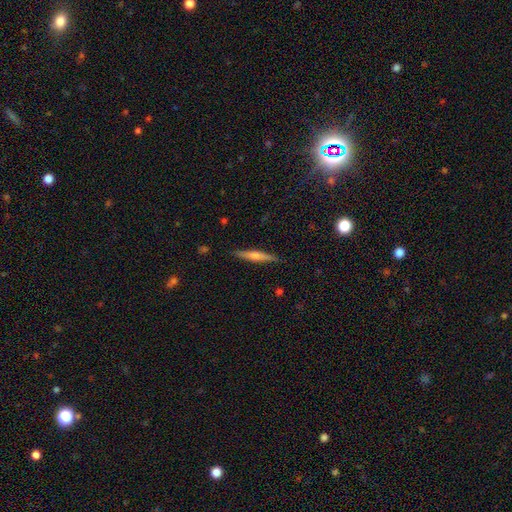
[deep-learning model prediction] Smooth or featured: smooth — 47% (tied with featured or disk — 47%)
Merging: none — 89% (minor disturbance — 8%)